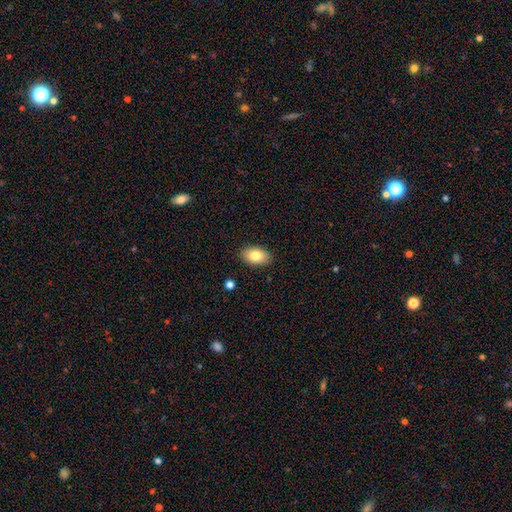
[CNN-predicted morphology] Smooth or featured: smooth — 83% (featured or disk — 10%)
How rounded: in between — 92% (round — 6%)
Merging: none — 88% (minor disturbance — 9%)